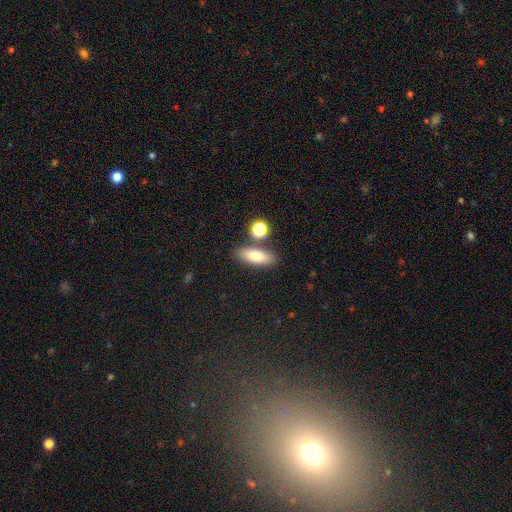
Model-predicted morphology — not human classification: Overall: smooth (76%). How rounded: in between (61%; cigar-shaped 33%). Merging: none (79%).